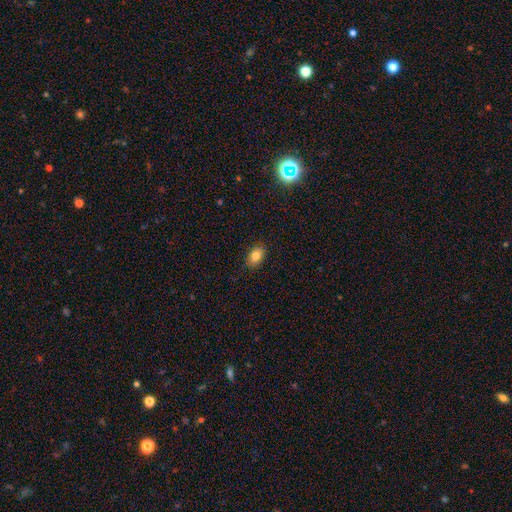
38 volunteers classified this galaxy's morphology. Smooth or featured? smooth (87%)
How rounded? in between (88%)
Merging? none (94%)